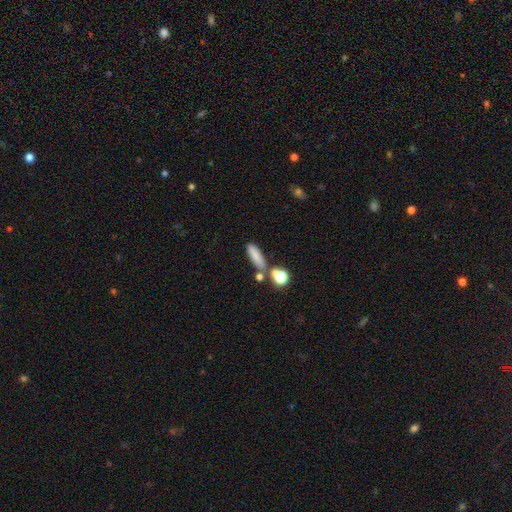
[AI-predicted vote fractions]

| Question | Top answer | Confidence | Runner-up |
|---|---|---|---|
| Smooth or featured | smooth | 79% | star or artifact (11%) |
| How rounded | cigar-shaped | 48% | in between (45%) |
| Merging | none | 62% | merger (18%) |